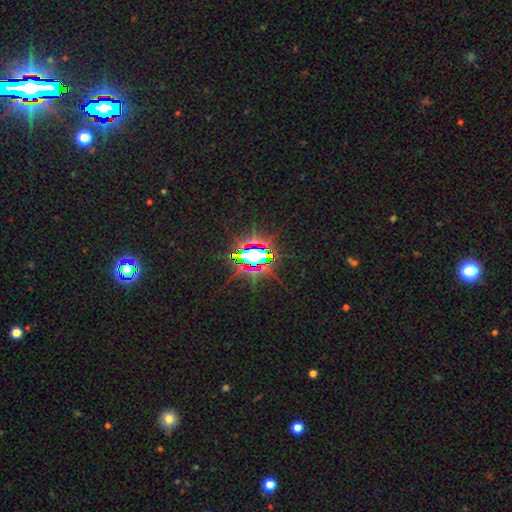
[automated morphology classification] smooth-or-featured: star or artifact: 79% | smooth: 11% | featured or disk: 10%